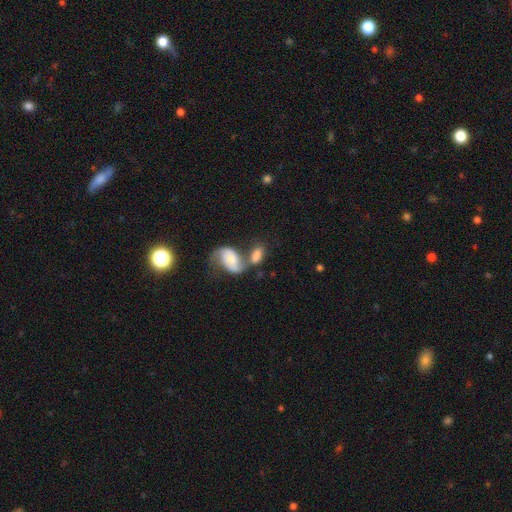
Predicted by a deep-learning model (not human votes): This is possibly a featured or disk galaxy (51%). It is clearly not viewed edge-on (95%). Merging: marginally merger (44%).